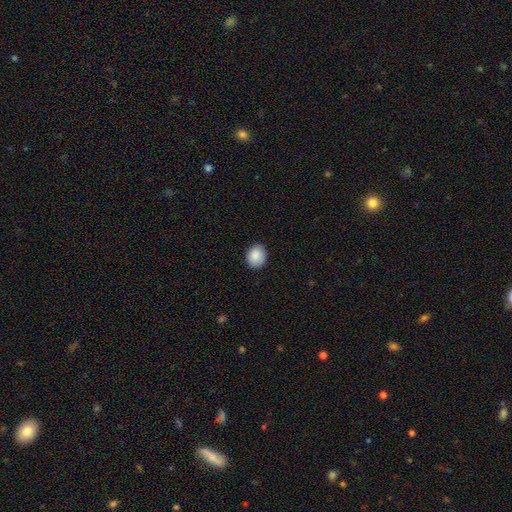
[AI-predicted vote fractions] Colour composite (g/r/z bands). It shows a smooth galaxy with no disk features (88%) that is round (62%). Merging: none (88%).